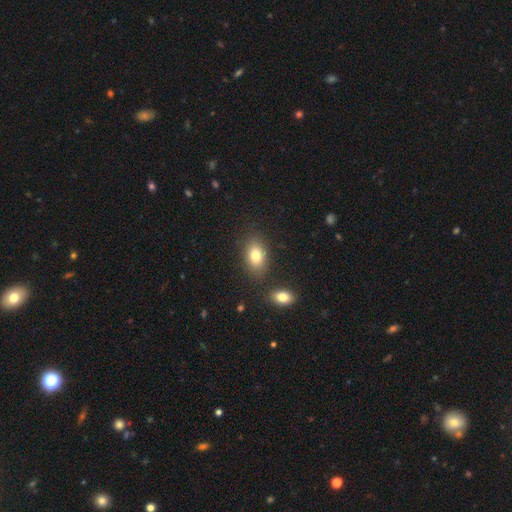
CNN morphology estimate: Smooth or featured? Predicted: smooth (p=0.80). How rounded? Predicted: in between (p=0.85). Merging? Predicted: none (p=0.78).